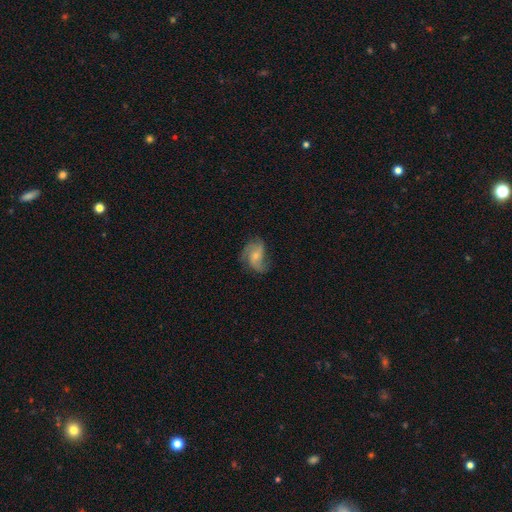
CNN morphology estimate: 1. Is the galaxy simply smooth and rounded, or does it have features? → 67% featured or disk, 25% smooth, 8% star or artifact.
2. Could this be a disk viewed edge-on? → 97% no, 3% yes.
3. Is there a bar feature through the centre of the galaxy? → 62% no, 30% weak, 8% strong.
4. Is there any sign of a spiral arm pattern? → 91% yes, 9% no.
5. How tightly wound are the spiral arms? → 46% loose, 40% medium, 14% tight.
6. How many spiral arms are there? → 46% 2, 28% 3, 12% can't tell, 6% 1, 5% 4, 3% more than 4.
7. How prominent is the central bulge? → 62% small, 30% moderate, 4% none, 2% large, 1% dominant.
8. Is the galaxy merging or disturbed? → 54% none, 27% minor disturbance, 18% major disturbance, 2% merger.